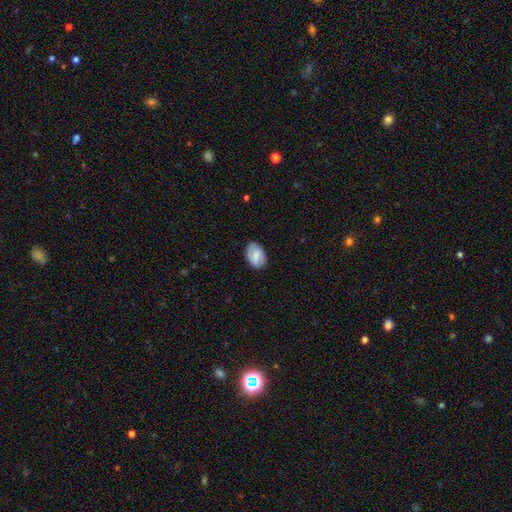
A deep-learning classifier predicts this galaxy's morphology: smooth 64%, featured or disk 29%, star or artifact 7%. Down the decision tree: how rounded — in between (88%); merging — none (83%).